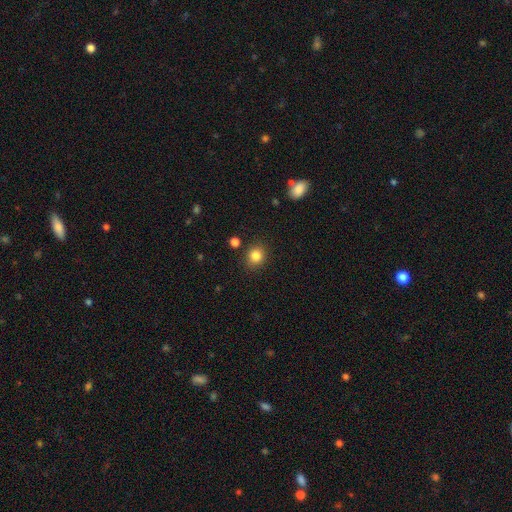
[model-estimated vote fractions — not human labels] smooth_or_featured: smooth (p=0.84) [alt: star or artifact p=0.11]
how_rounded: round (p=0.80) [alt: in between p=0.19]
merging: none (p=0.85) [alt: minor disturbance p=0.09]